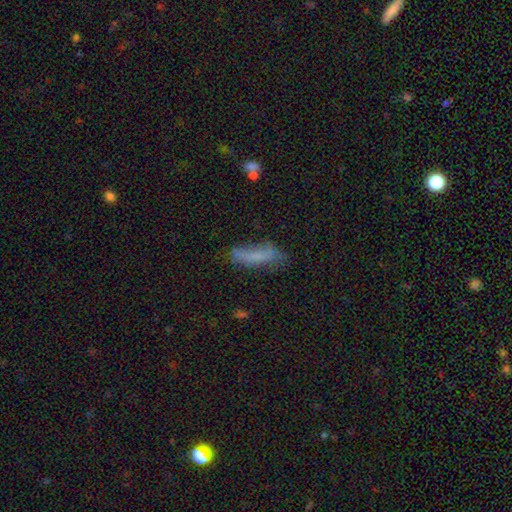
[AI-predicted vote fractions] Smooth or featured: smooth — 64% (featured or disk — 25%)
How rounded: cigar-shaped — 64% (in between — 34%)
Merging: none — 53% (minor disturbance — 29%)